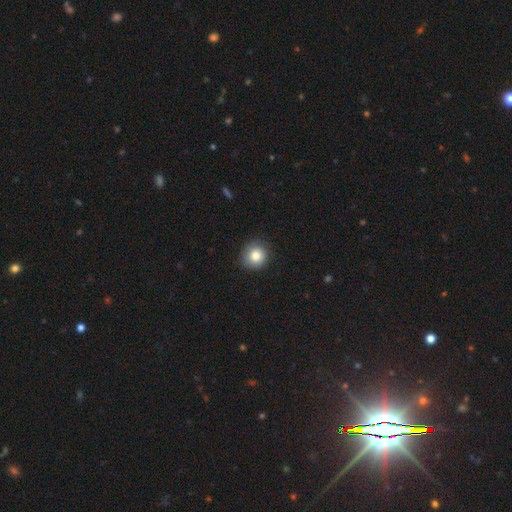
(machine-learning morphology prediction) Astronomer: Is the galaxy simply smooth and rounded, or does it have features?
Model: smooth — 82%.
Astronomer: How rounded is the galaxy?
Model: round — 90%.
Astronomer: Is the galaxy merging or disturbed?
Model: none — 84%.